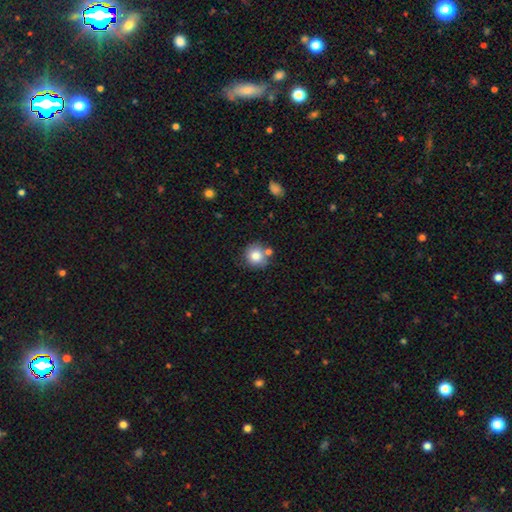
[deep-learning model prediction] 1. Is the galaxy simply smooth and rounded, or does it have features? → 81% smooth, 10% featured or disk, 9% star or artifact.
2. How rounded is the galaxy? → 88% round, 11% in between, 1% cigar-shaped.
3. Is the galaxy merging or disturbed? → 68% none, 15% merger, 13% minor disturbance, 3% major disturbance.